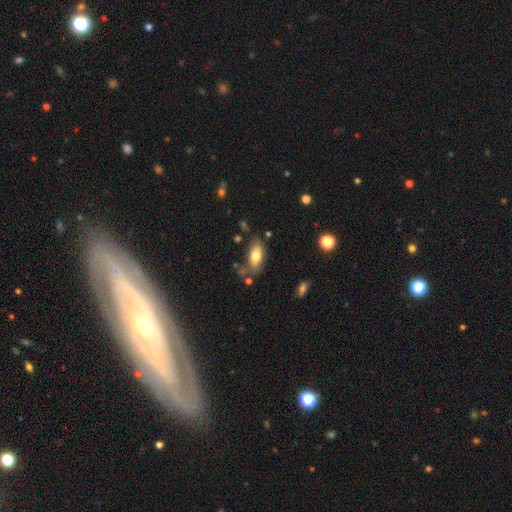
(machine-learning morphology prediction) Smooth or featured: smooth — 74% (featured or disk — 19%)
How rounded: in between — 88% (cigar-shaped — 9%)
Merging: none — 68% (minor disturbance — 19%)